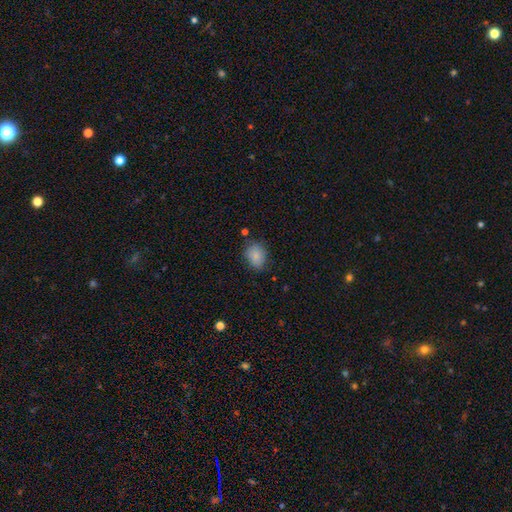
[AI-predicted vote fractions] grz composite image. It shows a smooth galaxy with no disk features (84%) that is in between round and cigar-shaped (59%). Merging: none (75%).